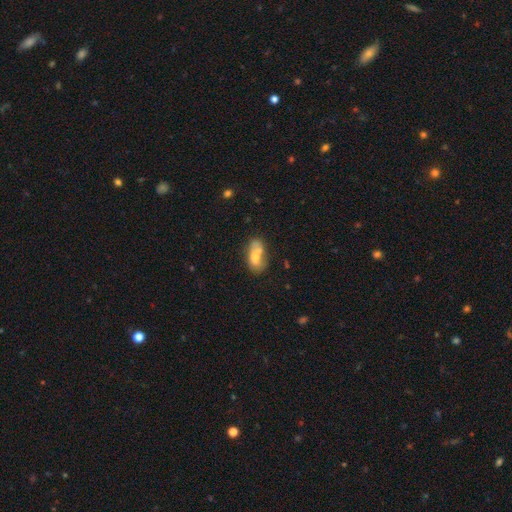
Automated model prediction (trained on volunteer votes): smooth 65%, featured or disk 27%, star or artifact 8%. Down the decision tree: how rounded — in between (87%); merging — merger (40%).